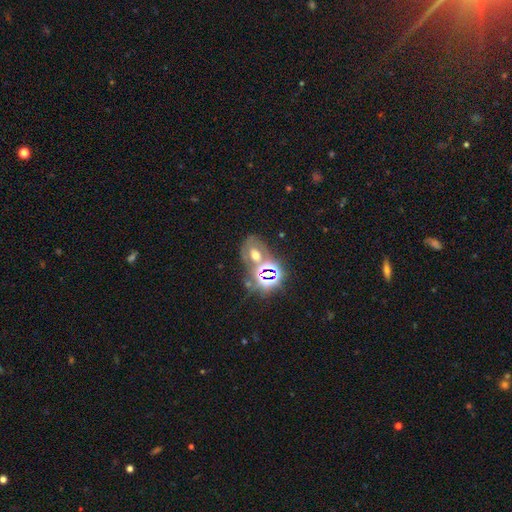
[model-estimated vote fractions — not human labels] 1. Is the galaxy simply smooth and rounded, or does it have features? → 38% star or artifact, 32% smooth, 30% featured or disk.